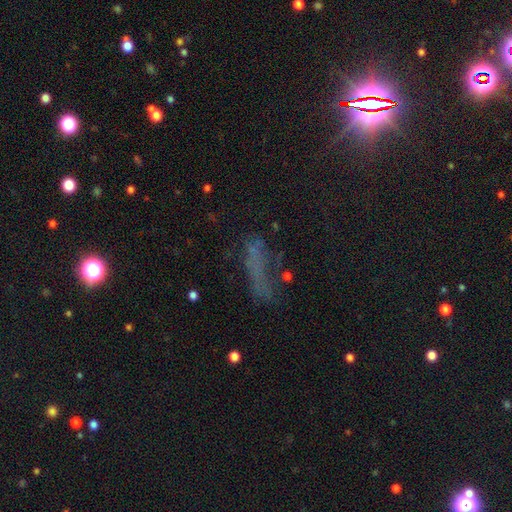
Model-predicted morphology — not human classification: Smooth or featured? Predicted: smooth (p=0.43). Merging? Predicted: none (p=0.46).